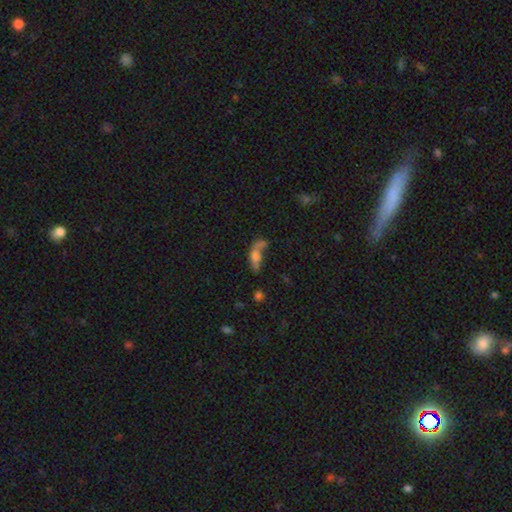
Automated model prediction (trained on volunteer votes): Morphology: type=smooth (59%); roundness=in between (66%); merging=merger (30%).